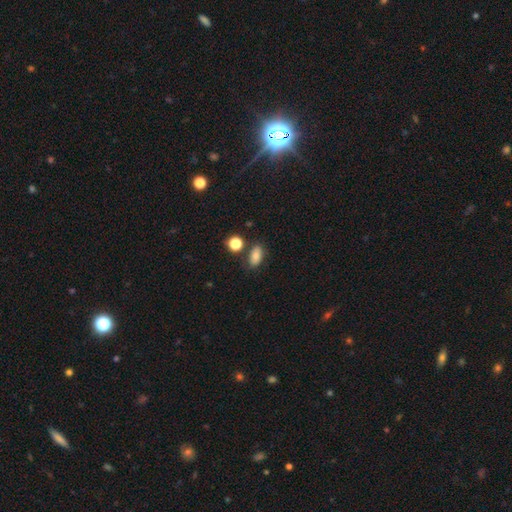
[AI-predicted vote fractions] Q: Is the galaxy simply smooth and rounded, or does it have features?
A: smooth — 79%.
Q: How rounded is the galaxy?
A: in between — 85%.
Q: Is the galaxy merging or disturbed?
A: none — 75%.